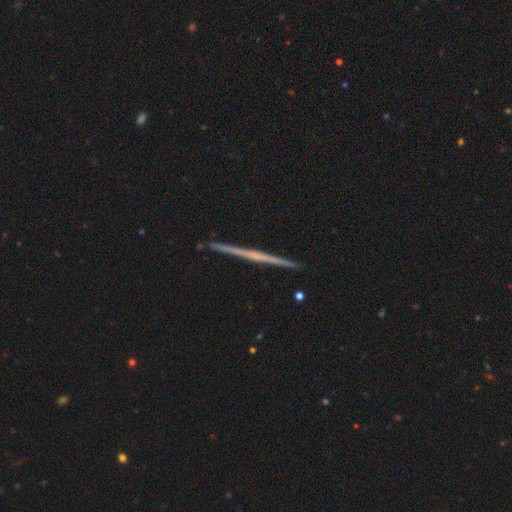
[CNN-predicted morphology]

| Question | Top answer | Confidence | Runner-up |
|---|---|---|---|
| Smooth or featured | featured or disk | 75% | smooth (20%) |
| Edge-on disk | yes | 99% | no (1%) |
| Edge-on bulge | none | 73% | rounded (21%) |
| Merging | none | 93% | minor disturbance (5%) |